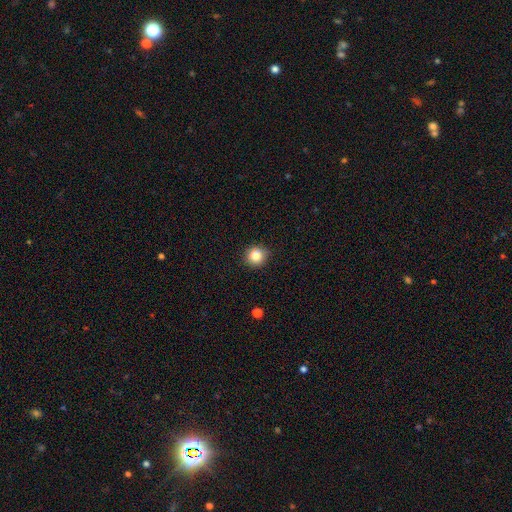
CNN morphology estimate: This appears to be a smooth galaxy with no disk features (84%) that is round (91%). Merging: none (90%).